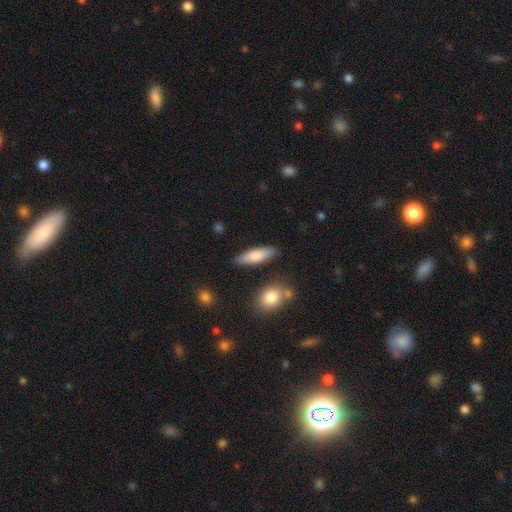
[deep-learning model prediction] This is likely a smooth galaxy (77%). How rounded: possibly cigar-shaped (51%). Merging: clearly none (83%).